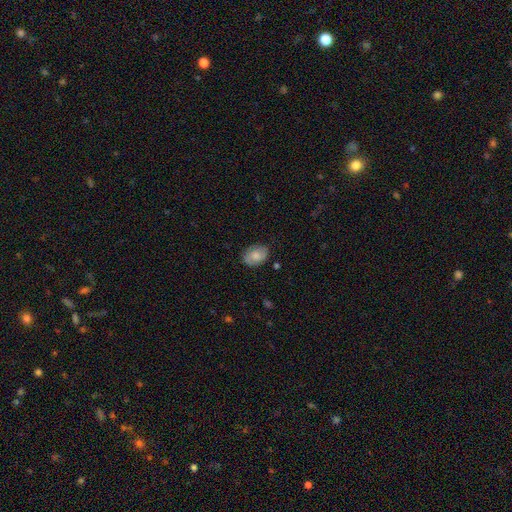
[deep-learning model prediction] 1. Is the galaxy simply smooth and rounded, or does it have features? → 61% smooth, 32% featured or disk, 8% star or artifact.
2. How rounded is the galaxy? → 75% in between, 24% round, 1% cigar-shaped.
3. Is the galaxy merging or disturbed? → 79% none, 16% minor disturbance, 4% major disturbance, 1% merger.